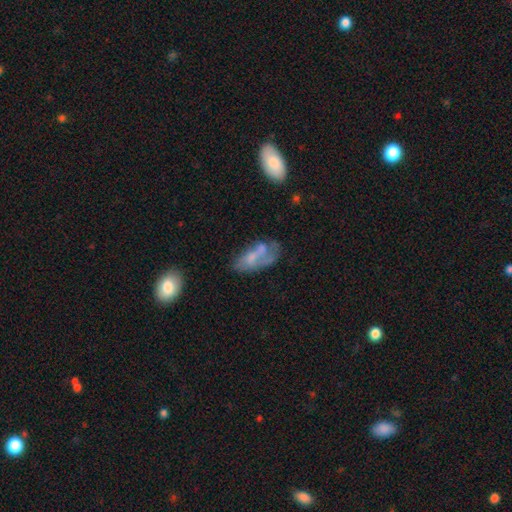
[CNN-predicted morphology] type=smooth (47%); merging=none (36%).